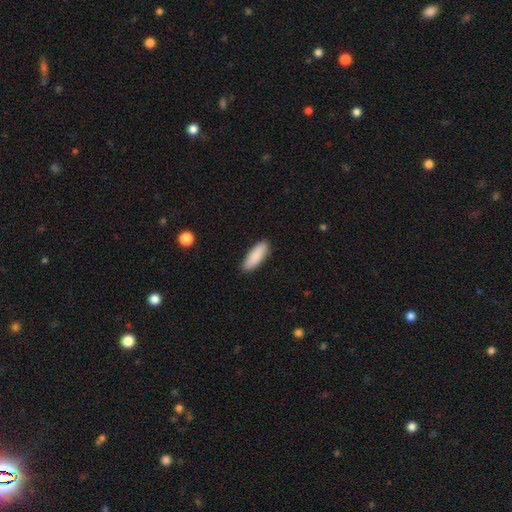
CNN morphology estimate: Smooth or featured? Predicted: smooth (p=0.90). How rounded? Predicted: in between (p=0.60). Merging? Predicted: none (p=0.89).